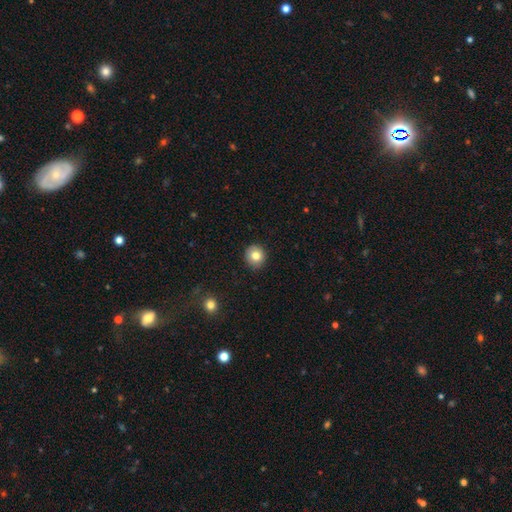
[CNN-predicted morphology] smooth_or_featured: smooth (p=0.80) [alt: featured or disk p=0.10]
how_rounded: round (p=0.87) [alt: in between p=0.12]
merging: none (p=0.89) [alt: minor disturbance p=0.08]